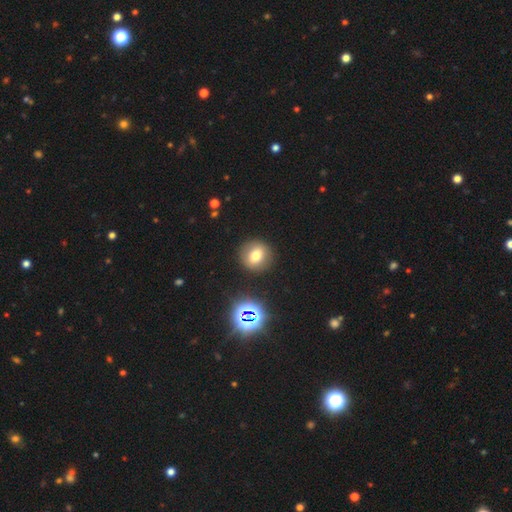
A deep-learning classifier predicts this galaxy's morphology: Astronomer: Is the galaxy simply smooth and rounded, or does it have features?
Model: smooth — 66%.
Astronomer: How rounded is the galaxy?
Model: round — 86%.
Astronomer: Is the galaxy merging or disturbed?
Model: none — 89%.